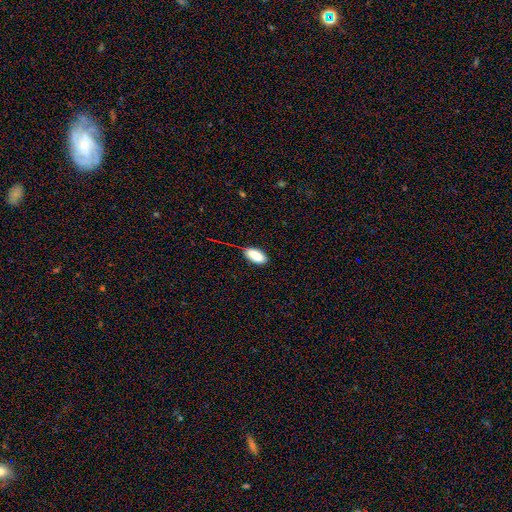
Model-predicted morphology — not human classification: A smooth galaxy with no disk features (86%) that is in between round and cigar-shaped (89%). Merging: none (68%).